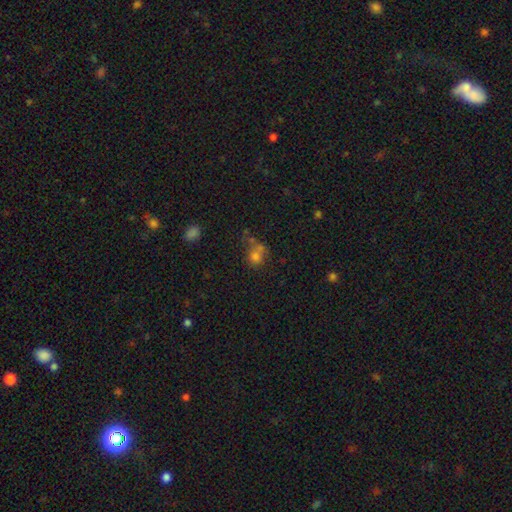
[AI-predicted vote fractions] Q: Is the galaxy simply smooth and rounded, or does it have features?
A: smooth — 66%.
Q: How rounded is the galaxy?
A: round — 77%.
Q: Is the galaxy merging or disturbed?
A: merger — 40%, tied with none.